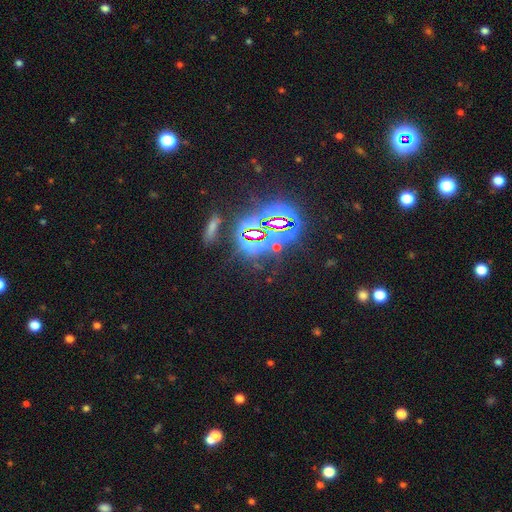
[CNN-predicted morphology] star or artifact 75%, smooth 15%, featured or disk 9%.